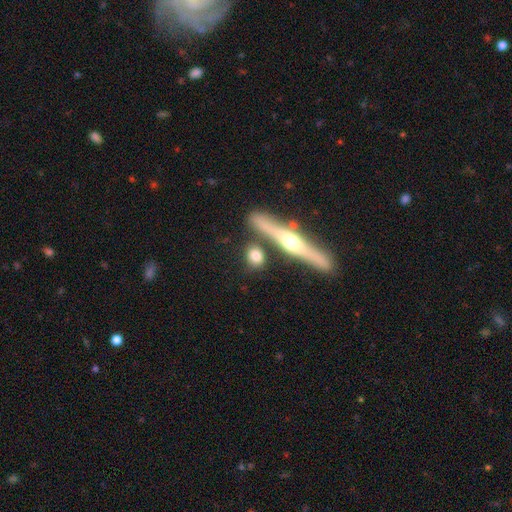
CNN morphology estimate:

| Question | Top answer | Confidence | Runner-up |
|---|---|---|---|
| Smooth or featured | smooth | 72% | featured or disk (20%) |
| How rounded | round | 51% | in between (33%) |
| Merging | none | 74% | merger (11%) |